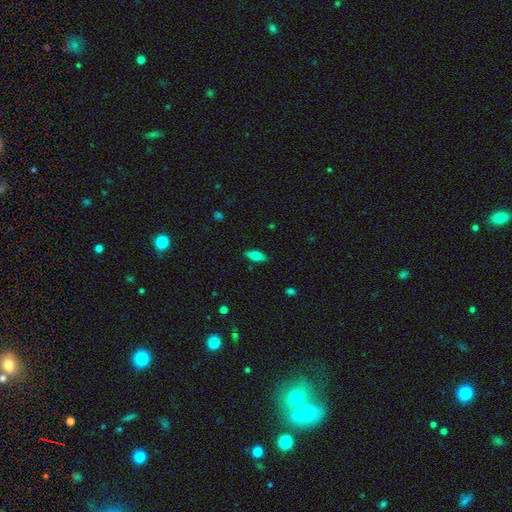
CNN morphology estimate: smooth_or_featured: smooth (p=0.70) [alt: featured or disk p=0.22]
how_rounded: in between (p=0.71) [alt: cigar-shaped p=0.26]
merging: none (p=0.87) [alt: minor disturbance p=0.10]